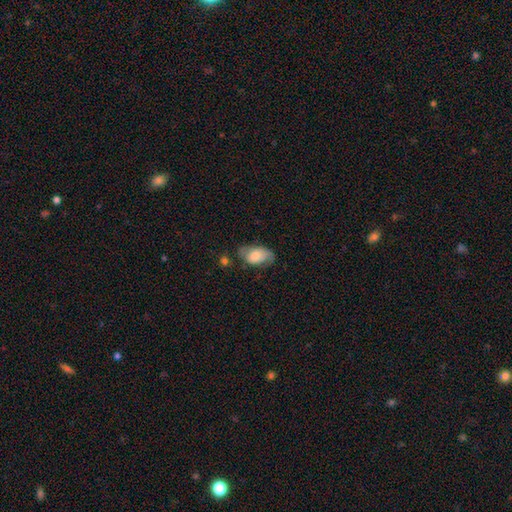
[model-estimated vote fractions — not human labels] This is likely a smooth galaxy (65%). How rounded: clearly in between (92%). Merging: possibly none (52%).